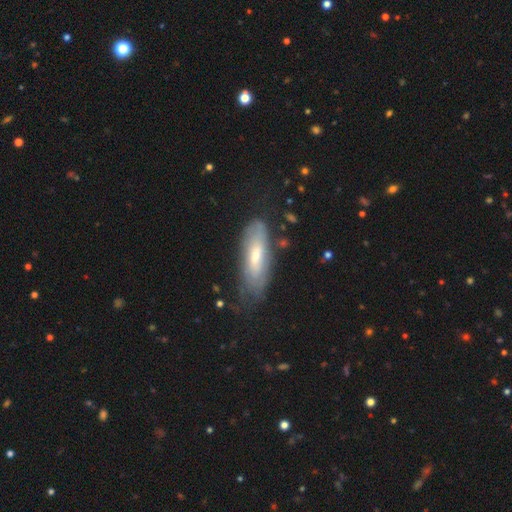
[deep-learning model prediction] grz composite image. It shows a smooth galaxy with no disk features (47%). Merging: none (63%).